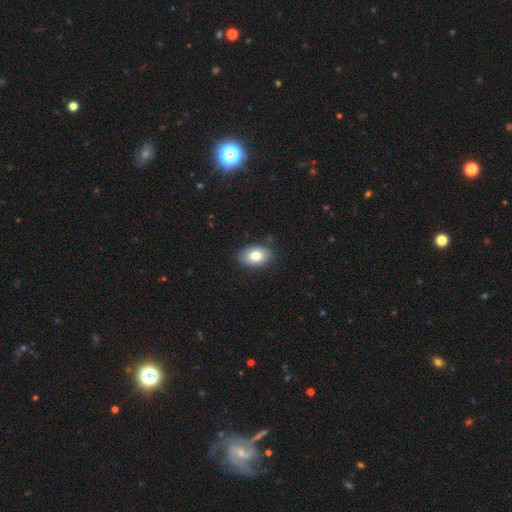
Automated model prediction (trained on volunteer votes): smooth 81%, featured or disk 12%, star or artifact 7%. Down the decision tree: how rounded — in between (87%); merging — none (82%).